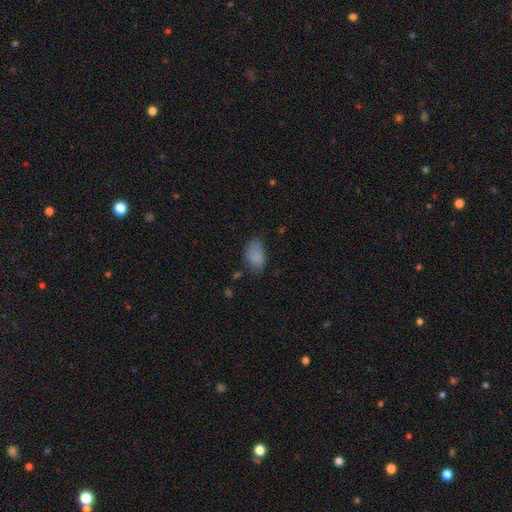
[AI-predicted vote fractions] A smooth galaxy with no disk features (83%) that is in between round and cigar-shaped (90%).

Vote fractions:
- Smooth or featured? smooth: 83% / star or artifact: 9% / featured or disk: 8%
- How rounded? in between: 90% / round: 9% / cigar-shaped: 1%
- Merging? none: 62% / minor disturbance: 28% / major disturbance: 8% / merger: 2%